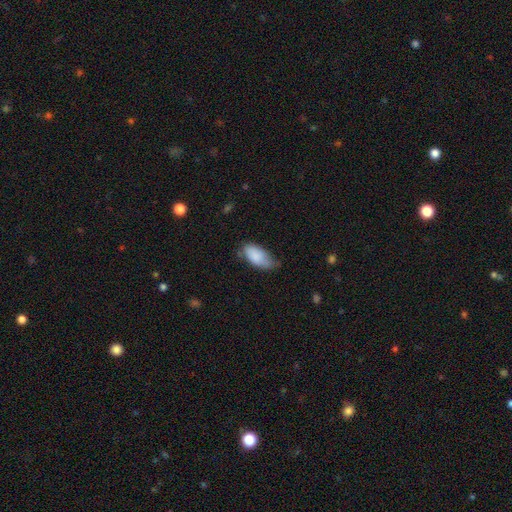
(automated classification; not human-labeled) Smooth or featured: smooth — 85% (featured or disk — 9%)
How rounded: in between — 93% (cigar-shaped — 5%)
Merging: none — 44% (minor disturbance — 43%)